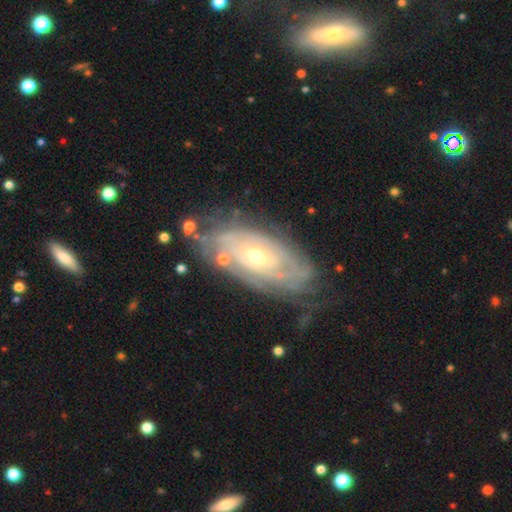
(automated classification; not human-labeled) A featured or disk galaxy (82%) with no bar (75%), tight (79%) spiral arms (89%) and a small central bulge (48%, tied with moderate). Merging: none (70%).